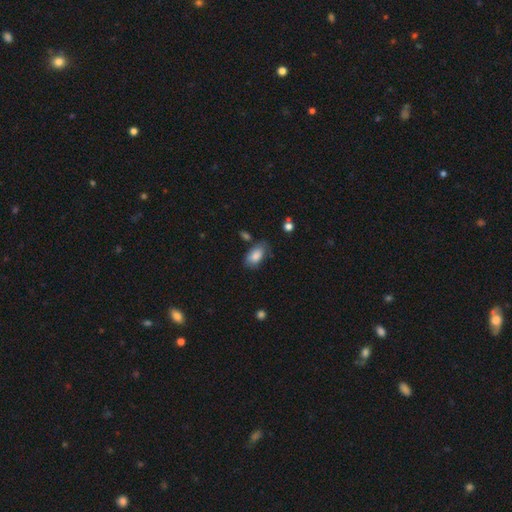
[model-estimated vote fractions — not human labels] A smooth galaxy with no disk features (81%) that is in between round and cigar-shaped (93%). Merging: none (61%).